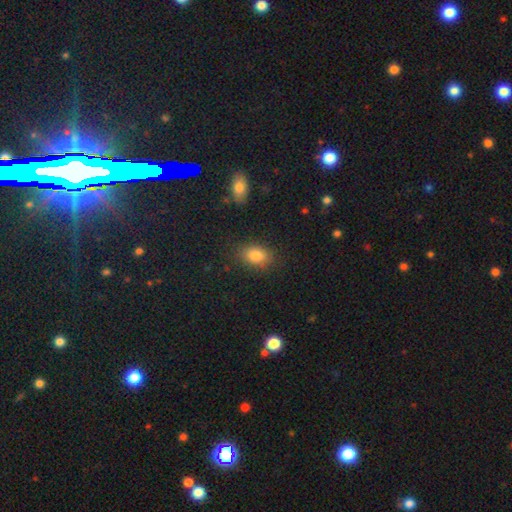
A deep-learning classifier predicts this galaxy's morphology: Smooth or featured: smooth — 82% (star or artifact — 10%)
How rounded: in between — 79% (round — 19%)
Merging: none — 83% (minor disturbance — 12%)